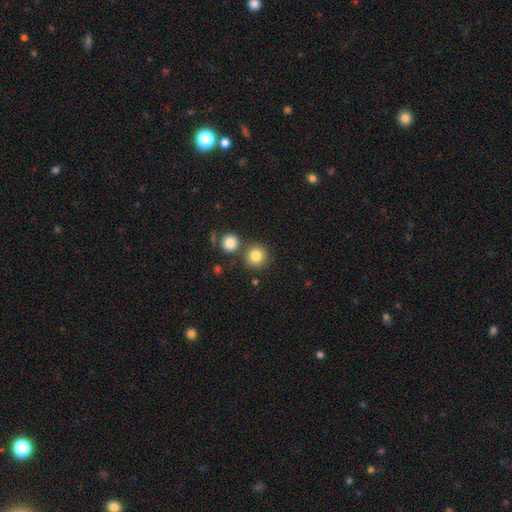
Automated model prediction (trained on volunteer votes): The model was most divided on "merging": none: 76%, merger: 13%, minor disturbance: 8%, major disturbance: 3%. More confident: how rounded — round (92%); smooth or featured — smooth (83%).